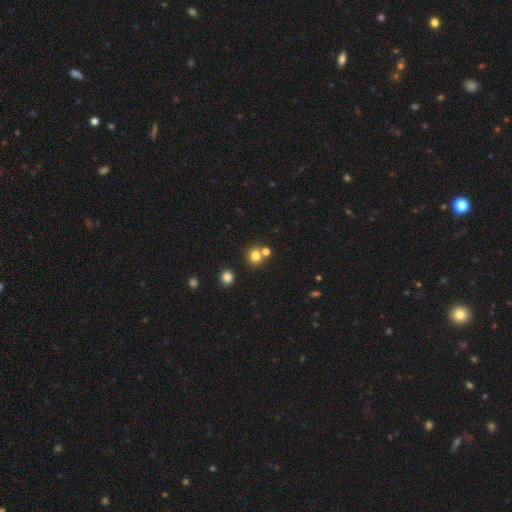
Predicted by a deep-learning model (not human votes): Morphology: type=smooth (77%); roundness=round (86%); merging=none (65%).